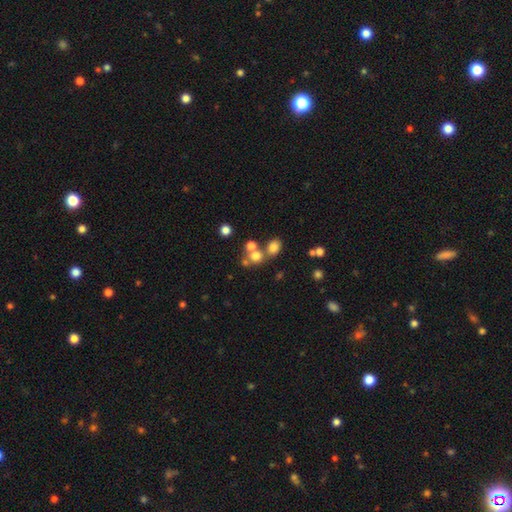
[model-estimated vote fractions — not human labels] Smooth or featured? smooth (69%)
How rounded? round (77%)
Merging? none (47%)